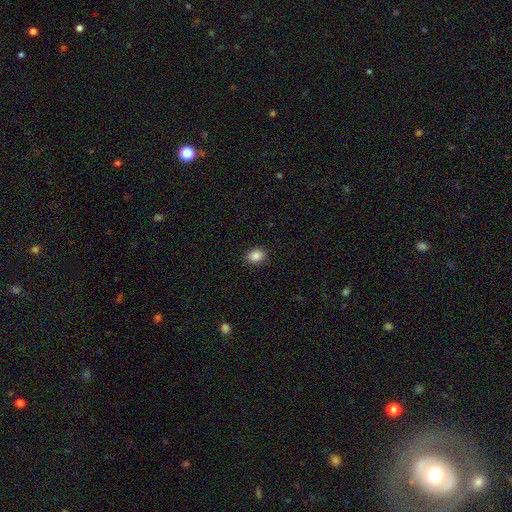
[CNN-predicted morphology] Smooth or featured? smooth (87%)
How rounded? in between (59%)
Merging? none (90%)